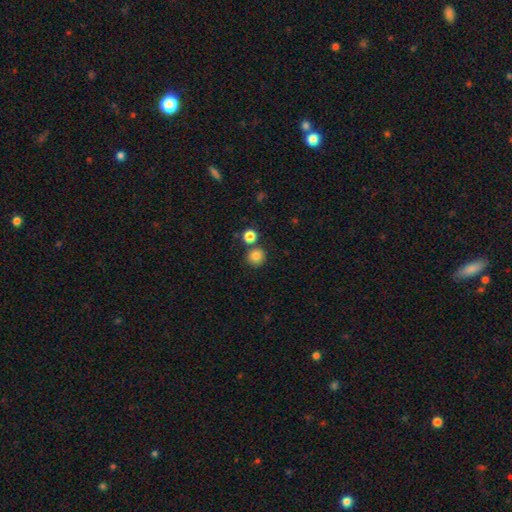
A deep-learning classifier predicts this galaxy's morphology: Overall: smooth (83%). How rounded: round (91%). Merging: none (76%).